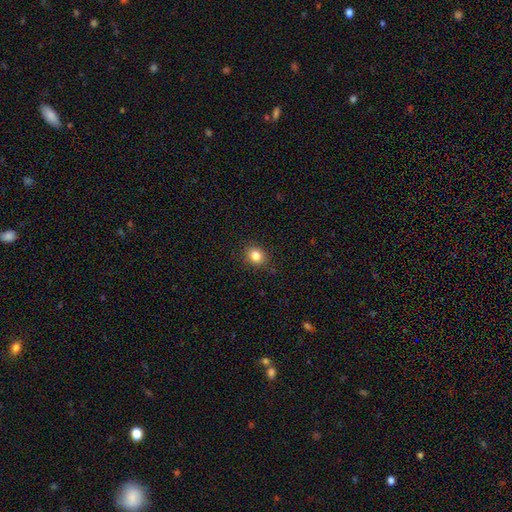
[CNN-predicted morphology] smooth_or_featured: smooth (p=0.84) [alt: star or artifact p=0.11]
how_rounded: round (p=0.66) [alt: in between p=0.34]
merging: none (p=0.88) [alt: minor disturbance p=0.09]